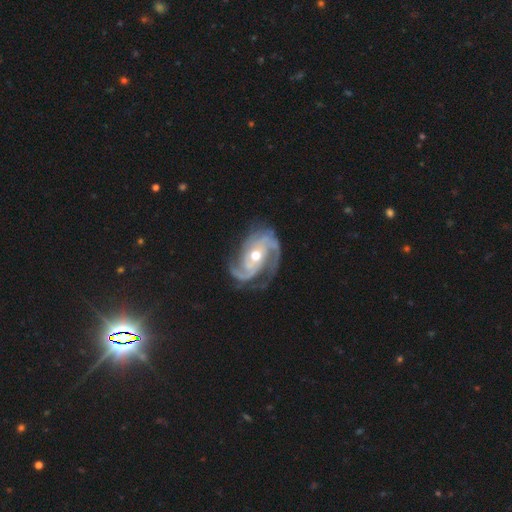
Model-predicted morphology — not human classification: A featured or disk galaxy (92%) with no bar (64%), 2 (43%) medium (46%) spiral arms (98%) and a moderate central bulge (69%). Merging: none (67%).